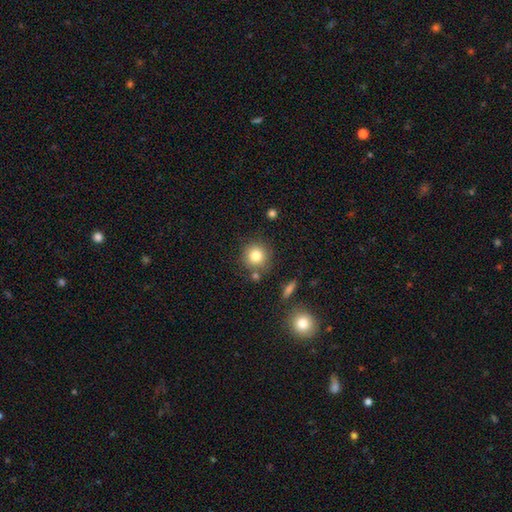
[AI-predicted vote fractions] Morphology: type=smooth (81%); roundness=round (92%); merging=none (78%).